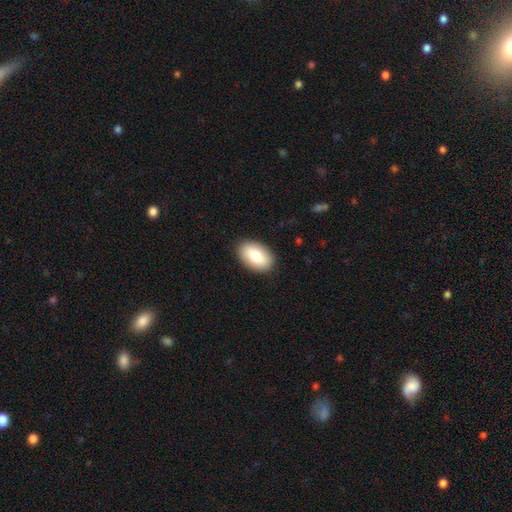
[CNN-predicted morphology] Overall: smooth (82%). How rounded: in between (91%). Merging: none (89%).